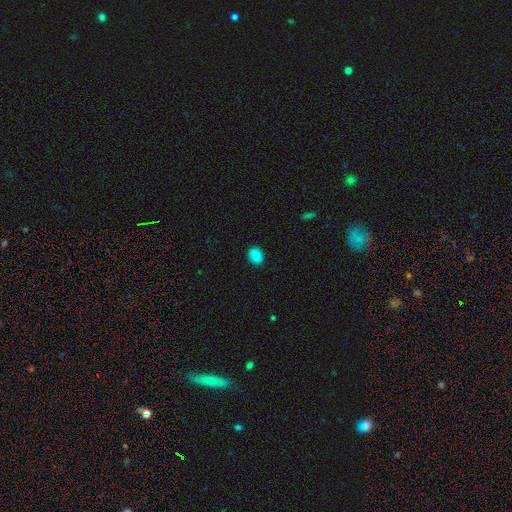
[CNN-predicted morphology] Smooth or featured? Predicted: smooth (p=0.83). How rounded? Predicted: in between (p=0.54). Merging? Predicted: none (p=0.89).